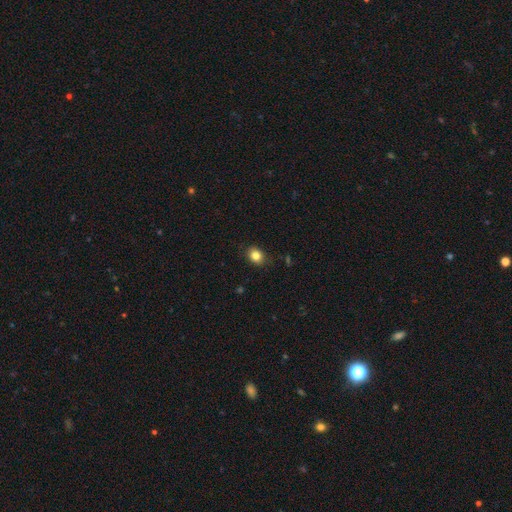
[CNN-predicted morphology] Smooth or featured?
  - smooth: 84% *
  - star or artifact: 10%
  - featured or disk: 6%
How rounded?
  - in between: 54% *
  - round: 45%
  - cigar-shaped: 1%
Merging?
  - none: 86% *
  - minor disturbance: 11%
  - major disturbance: 2%
  - merger: 1%